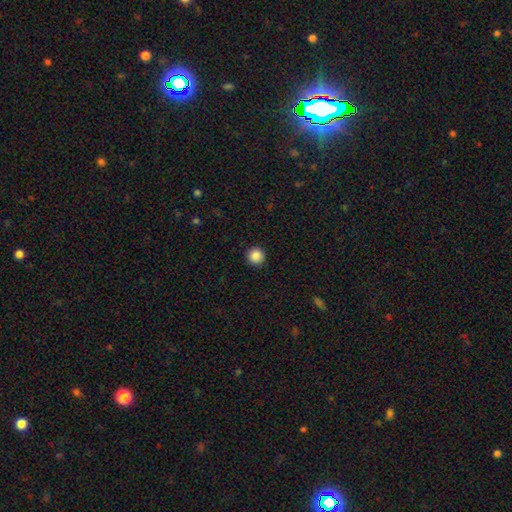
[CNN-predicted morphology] This appears to be a smooth galaxy with no disk features (88%) that is round (96%). Merging: none (93%).